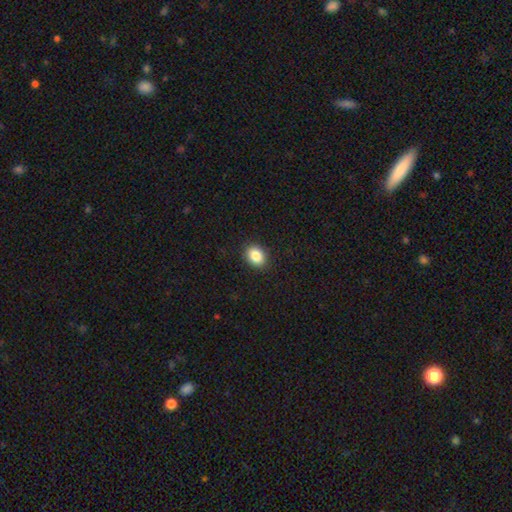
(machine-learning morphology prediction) Overall: smooth (86%). How rounded: in between (60%; round 39%). Merging: none (90%).